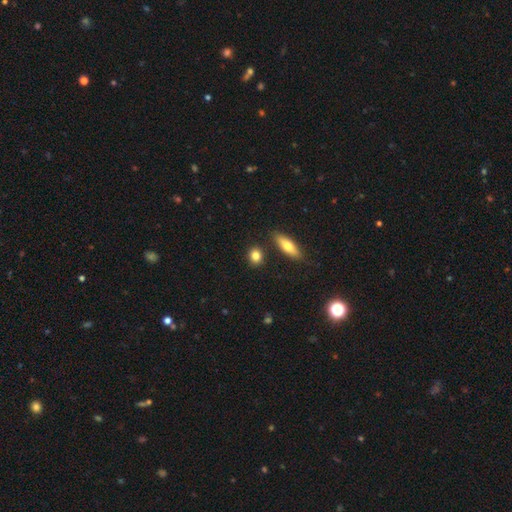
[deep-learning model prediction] Overall: smooth (83%). How rounded: round (61%; in between 34%). Merging: none (84%).